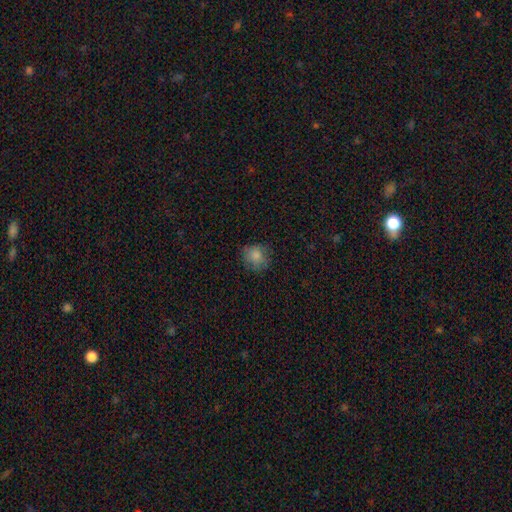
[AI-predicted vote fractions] smooth_or_featured: smooth (p=0.84) [alt: star or artifact p=0.10]
how_rounded: round (p=0.80) [alt: in between p=0.19]
merging: none (p=0.78) [alt: minor disturbance p=0.17]